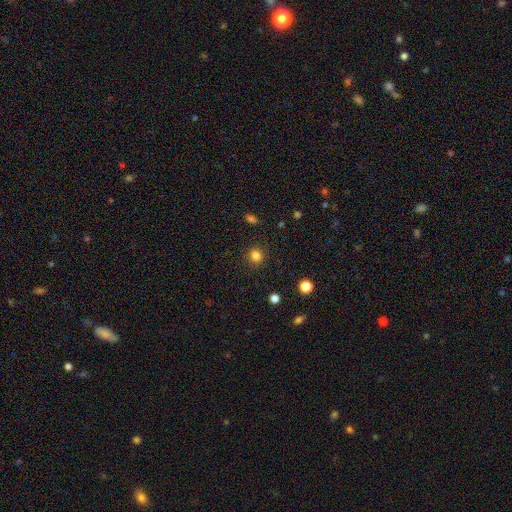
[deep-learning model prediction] Smooth or featured?
  - smooth: 83% *
  - star or artifact: 13%
  - featured or disk: 4%
How rounded?
  - round: 90% *
  - in between: 9%
  - cigar-shaped: 1%
Merging?
  - none: 90% *
  - minor disturbance: 6%
  - major disturbance: 2%
  - merger: 1%